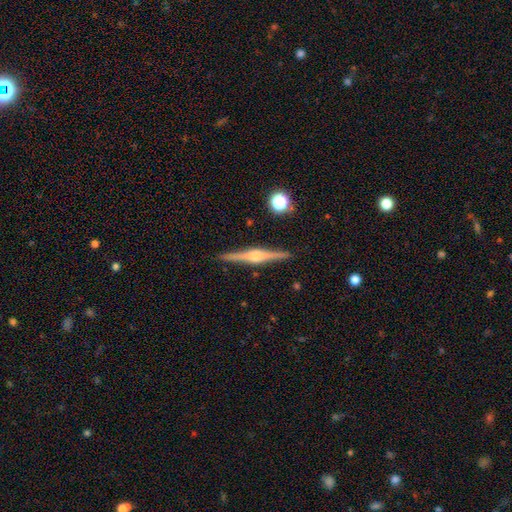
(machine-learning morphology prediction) Smooth or featured? Predicted: featured or disk (p=0.84). Edge-on disk? Predicted: yes (p=0.99). Edge-on bulge? Predicted: rounded (p=0.92). Merging? Predicted: none (p=0.92).